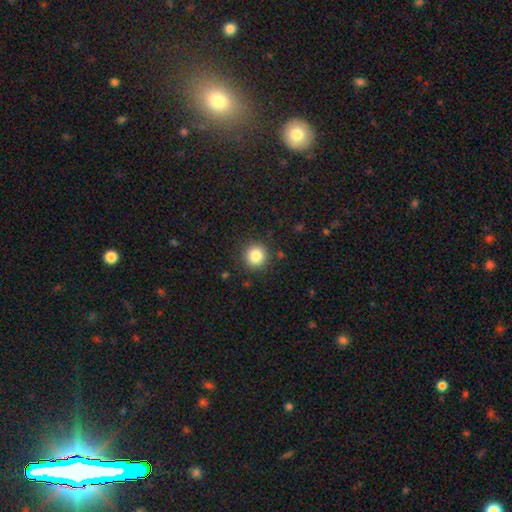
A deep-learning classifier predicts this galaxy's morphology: smooth 84%, star or artifact 11%, featured or disk 5%. Down the decision tree: how rounded — round (95%); merging — none (90%).